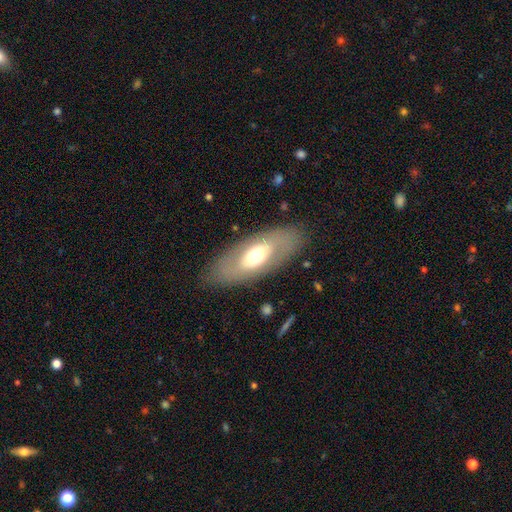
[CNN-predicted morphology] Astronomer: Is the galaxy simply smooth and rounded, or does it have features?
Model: smooth — 50% (runner-up: featured or disk, 44%).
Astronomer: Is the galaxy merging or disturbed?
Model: none — 83%.